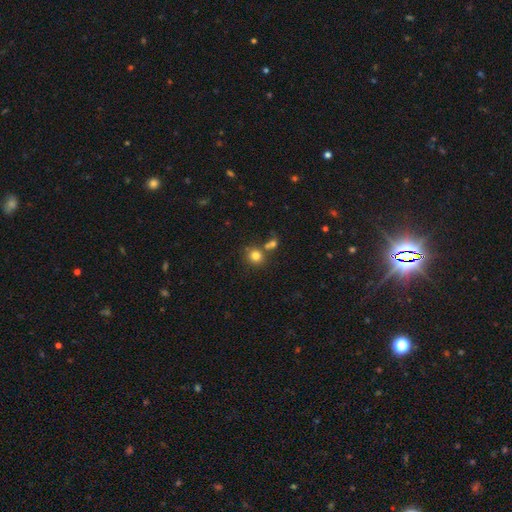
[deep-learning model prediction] Q: Smooth or featured?
A: smooth (80%); runner-up: star or artifact (13%)
Q: How rounded?
A: round (85%); runner-up: in between (14%)
Q: Merging?
A: none (66%); runner-up: merger (21%)